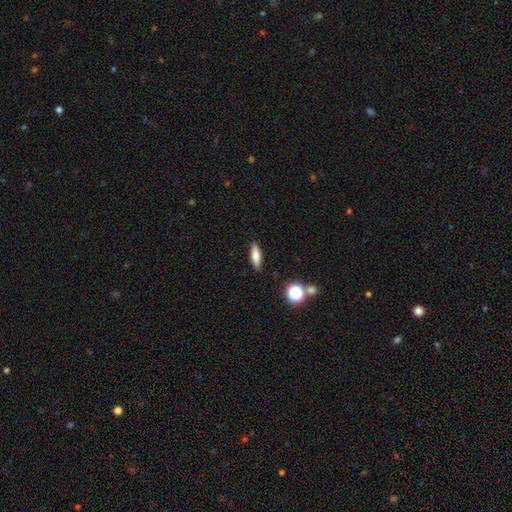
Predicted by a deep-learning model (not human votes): A smooth galaxy with no disk features (71%) that is cigar-shaped (52%). Merging: none (89%).